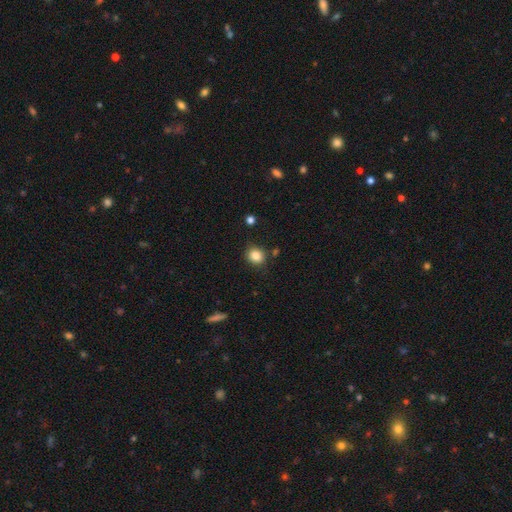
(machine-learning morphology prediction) A smooth galaxy with no disk features (85%) that is round (71%). Merging: none (84%).